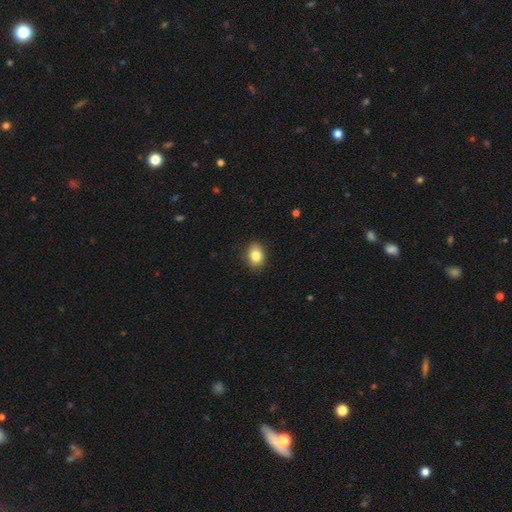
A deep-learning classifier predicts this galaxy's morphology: Smooth or featured? Predicted: smooth (p=0.84). How rounded? Predicted: in between (p=0.60). Merging? Predicted: none (p=0.87).